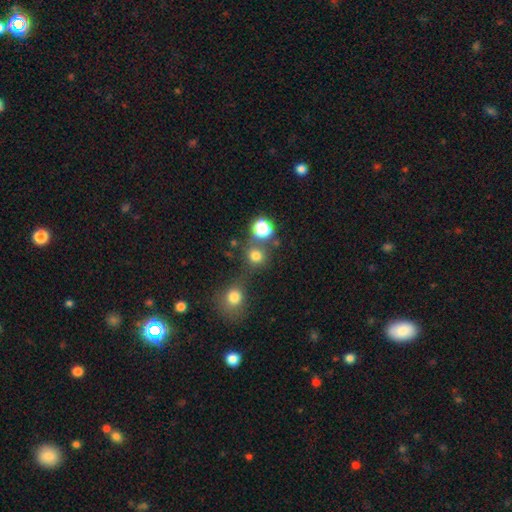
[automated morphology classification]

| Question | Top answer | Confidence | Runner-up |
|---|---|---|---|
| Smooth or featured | smooth | 75% | star or artifact (18%) |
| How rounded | round | 87% | in between (12%) |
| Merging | none | 62% | merger (24%) |